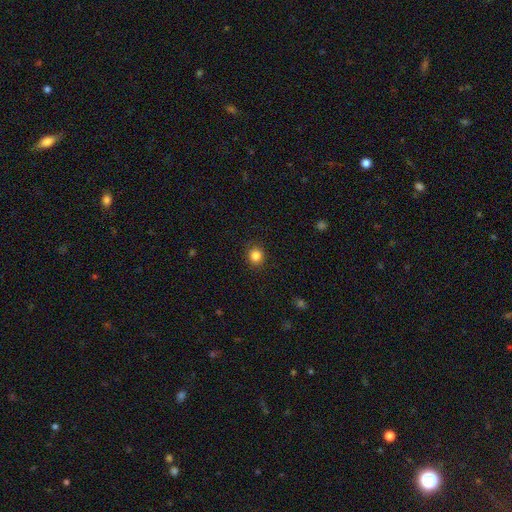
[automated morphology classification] Smooth or featured? Predicted: smooth (p=0.85). How rounded? Predicted: round (p=0.86). Merging? Predicted: none (p=0.90).